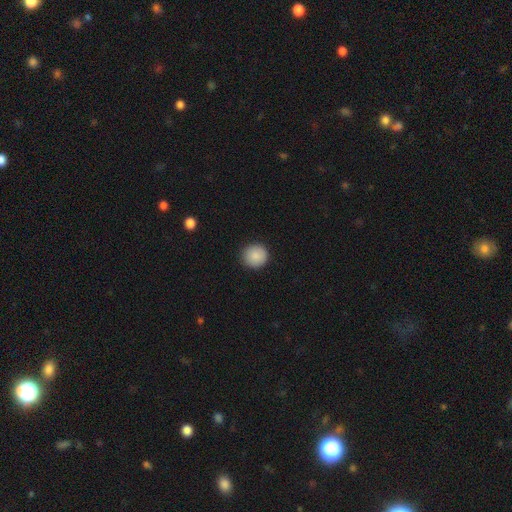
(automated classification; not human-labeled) This is clearly a smooth galaxy (88%). How rounded: clearly round (92%). Merging: clearly none (91%).